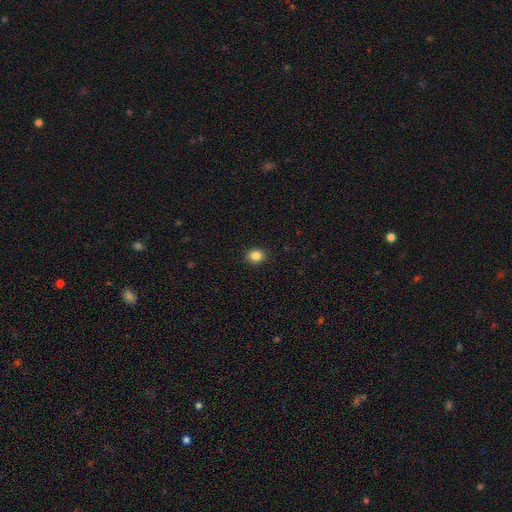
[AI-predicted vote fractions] Morphology: type=smooth (85%); roundness=round (65%); merging=none (91%).